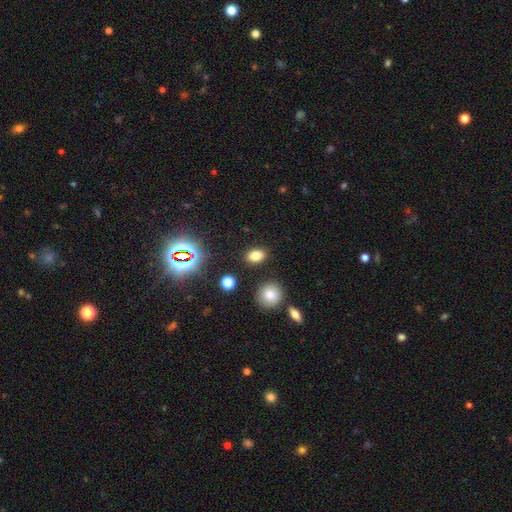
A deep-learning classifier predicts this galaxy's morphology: This appears to be a smooth galaxy with no disk features (78%) that is in between round and cigar-shaped (79%). Merging: none (86%).